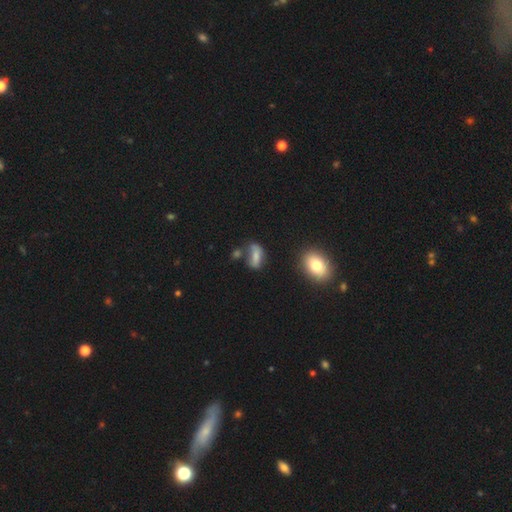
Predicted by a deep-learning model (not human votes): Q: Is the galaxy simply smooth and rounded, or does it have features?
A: smooth — 66%.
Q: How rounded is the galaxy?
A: in between — 80%.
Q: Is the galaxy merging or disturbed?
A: none — 50%.